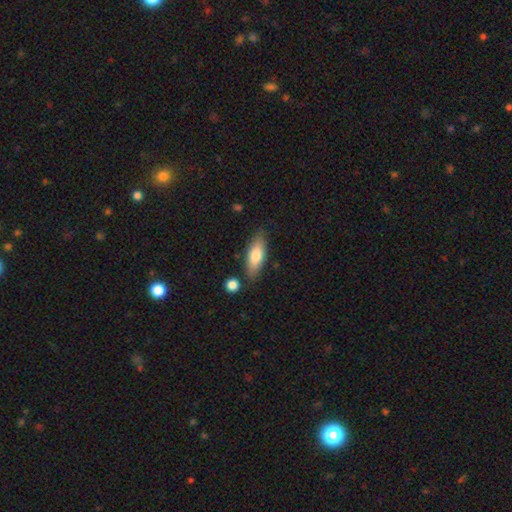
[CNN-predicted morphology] Smooth or featured? Predicted: smooth (p=0.74). How rounded? Predicted: in between (p=0.69). Merging? Predicted: none (p=0.80).